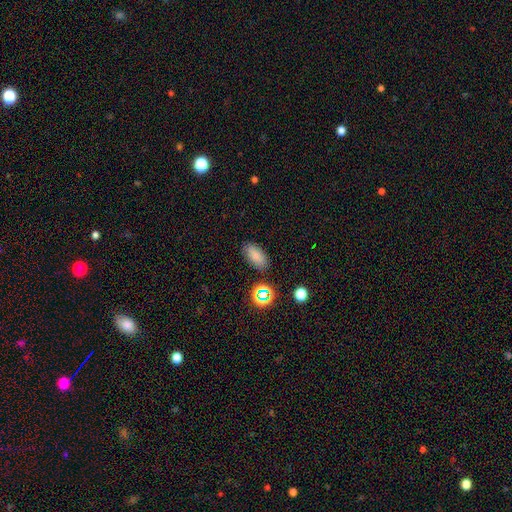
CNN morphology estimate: The model was most divided on "smooth or featured": smooth: 77%, star or artifact: 13%, featured or disk: 10%. More confident: how rounded — in between (89%); merging — none (84%).